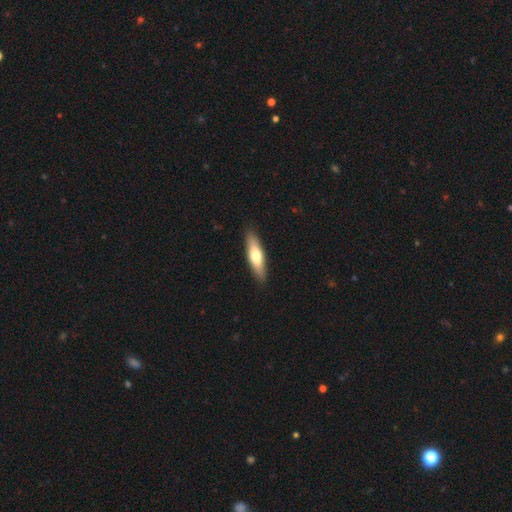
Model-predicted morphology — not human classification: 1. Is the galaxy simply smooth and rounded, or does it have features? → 61% smooth, 34% featured or disk, 5% star or artifact.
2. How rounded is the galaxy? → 61% cigar-shaped, 37% in between, 2% round.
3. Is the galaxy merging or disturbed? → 89% none, 8% minor disturbance, 2% major disturbance, 1% merger.